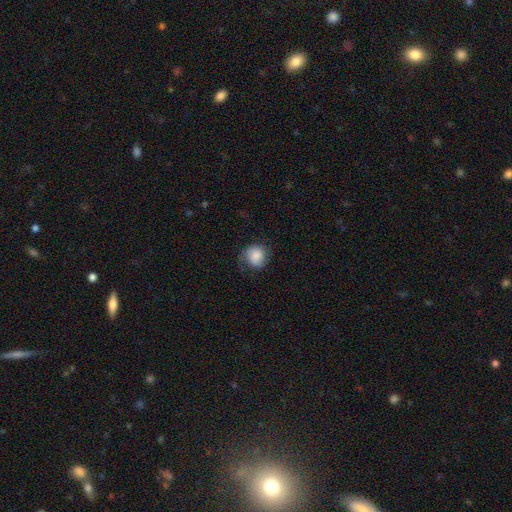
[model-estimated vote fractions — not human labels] Smooth or featured? Predicted: smooth (p=0.69). How rounded? Predicted: round (p=0.77). Merging? Predicted: none (p=0.61).